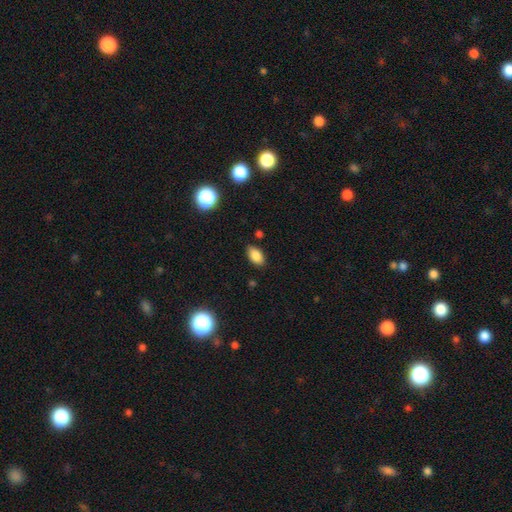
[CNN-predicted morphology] smooth-or-featured: smooth: 83% | star or artifact: 10% | featured or disk: 7%
  how-rounded: in between: 92% | round: 6% | cigar-shaped: 2%
  merging: none: 85% | minor disturbance: 11% | major disturbance: 2% | merger: 2%